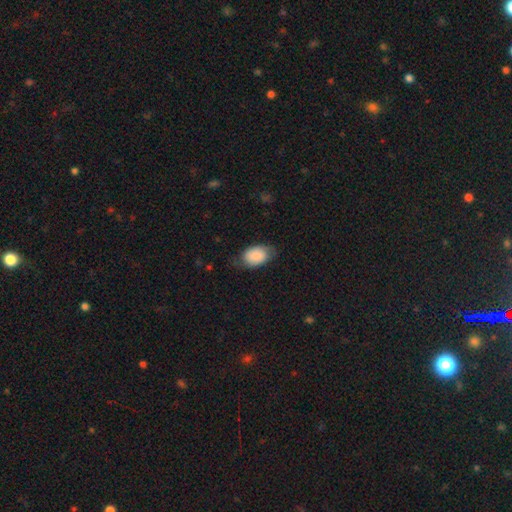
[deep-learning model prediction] Smooth or featured? smooth (85%)
How rounded? in between (88%)
Merging? none (66%)